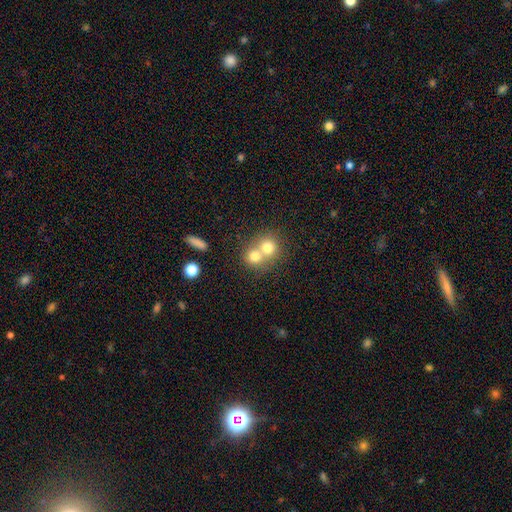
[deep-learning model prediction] A smooth galaxy with no disk features (72%) that is round (79%).

Vote fractions:
- Smooth or featured? smooth: 72% / featured or disk: 17% / star or artifact: 11%
- How rounded? round: 79% / in between: 20% / cigar-shaped: 1%
- Merging? merger: 65% / none: 29% / minor disturbance: 4% / major disturbance: 2%